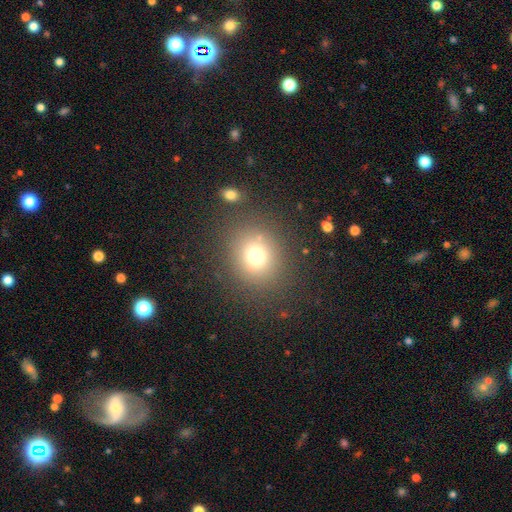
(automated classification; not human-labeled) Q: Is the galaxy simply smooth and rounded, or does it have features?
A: smooth — 72%.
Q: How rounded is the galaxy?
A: round — 86%.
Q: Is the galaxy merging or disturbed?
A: none — 83%.